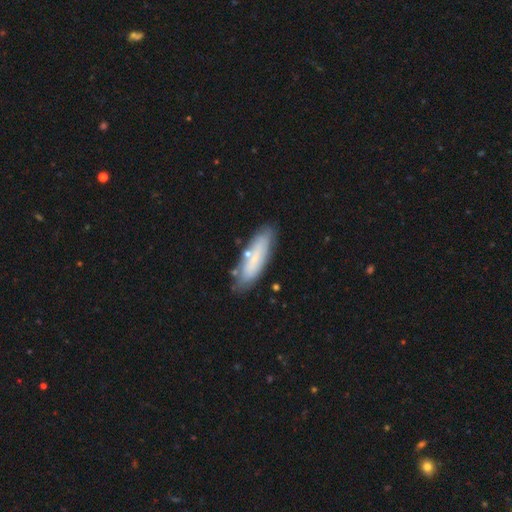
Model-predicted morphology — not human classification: Overall: smooth (57%; featured or disk 33%). How rounded: cigar-shaped (60%; in between 38%). Merging: none (77%).